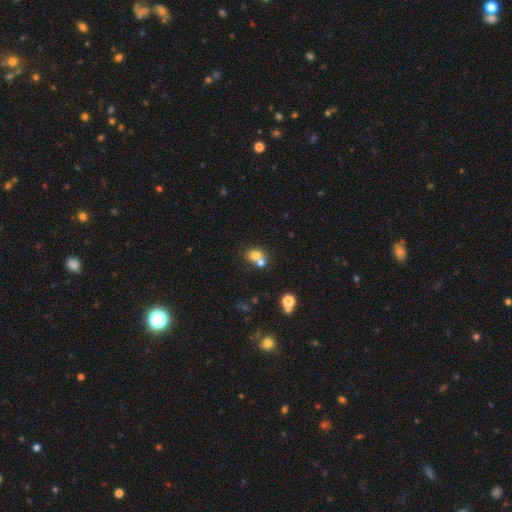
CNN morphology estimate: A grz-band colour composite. It shows a smooth galaxy with no disk features (72%) that is round (65%). Merging: merger (52%).